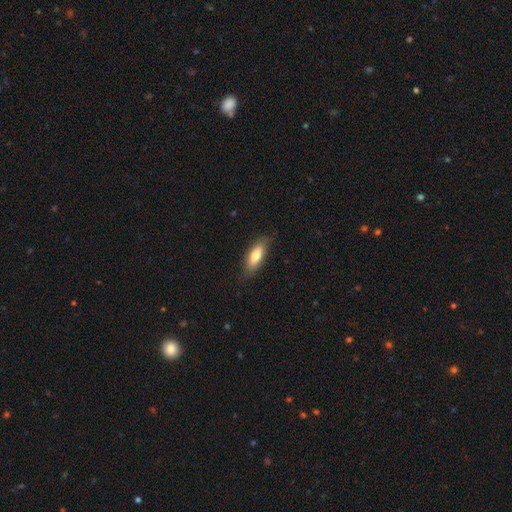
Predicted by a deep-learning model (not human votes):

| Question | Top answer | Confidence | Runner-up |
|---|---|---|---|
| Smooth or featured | smooth | 71% | featured or disk (22%) |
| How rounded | in between | 66% | cigar-shaped (32%) |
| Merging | none | 80% | minor disturbance (16%) |